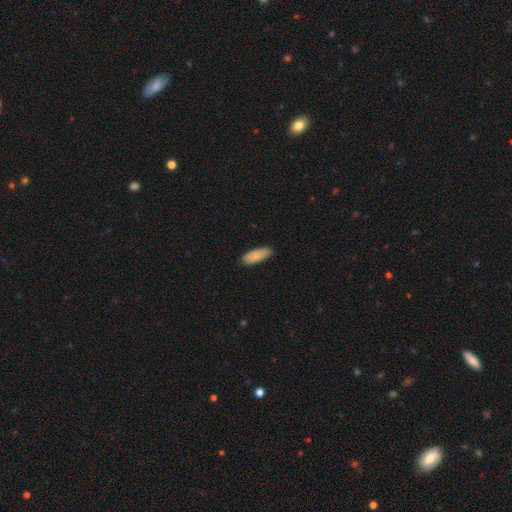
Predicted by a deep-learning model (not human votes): The model was most divided on "how rounded": in between: 76%, cigar-shaped: 22%, round: 2%. More confident: smooth or featured — smooth (87%); merging — none (82%).